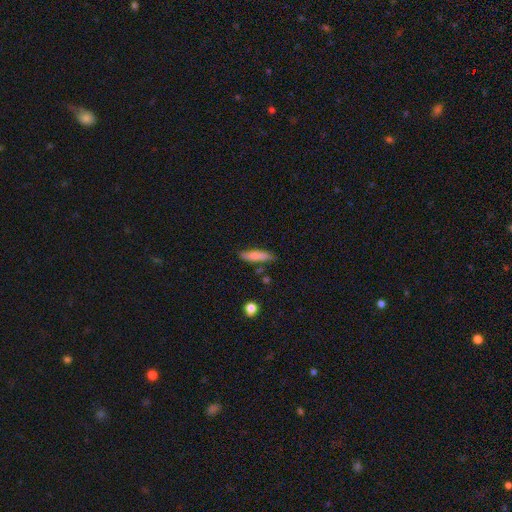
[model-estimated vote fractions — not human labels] smooth_or_featured: smooth (p=0.71) [alt: featured or disk p=0.22]
how_rounded: cigar-shaped (p=0.71) [alt: in between p=0.27]
merging: none (p=0.76) [alt: minor disturbance p=0.17]